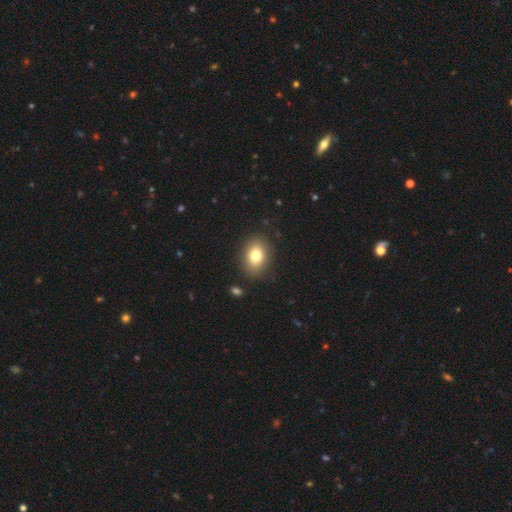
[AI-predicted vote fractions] Smooth or featured?
  - smooth: 80% *
  - featured or disk: 11%
  - star or artifact: 10%
How rounded?
  - in between: 70% *
  - round: 29%
  - cigar-shaped: 1%
Merging?
  - none: 86% *
  - minor disturbance: 9%
  - major disturbance: 3%
  - merger: 2%